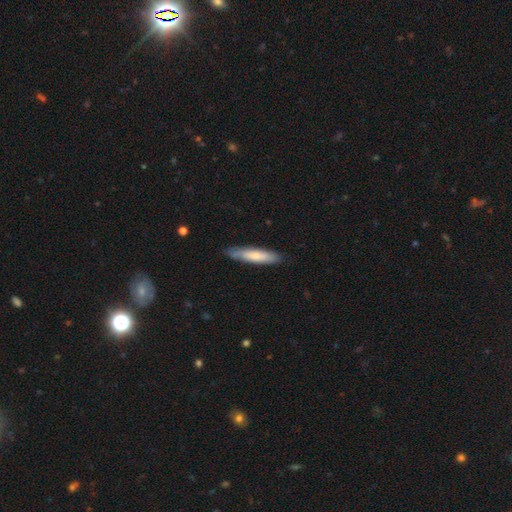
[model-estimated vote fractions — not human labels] A smooth galaxy with no disk features (70%) that is cigar-shaped (85%).

Vote fractions:
- Smooth or featured? smooth: 70% / featured or disk: 25% / star or artifact: 5%
- How rounded? cigar-shaped: 85% / in between: 14% / round: 1%
- Merging? none: 82% / minor disturbance: 14% / major disturbance: 2% / merger: 1%